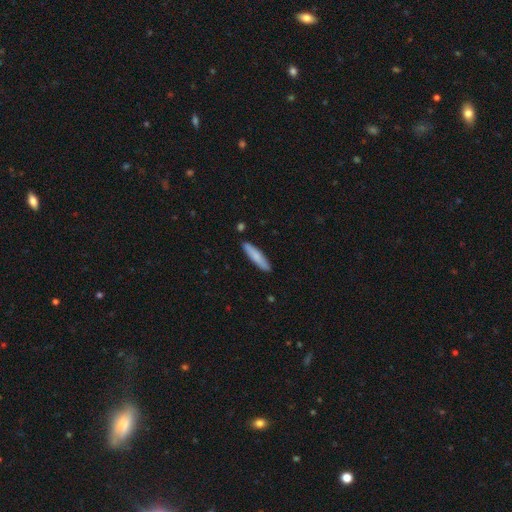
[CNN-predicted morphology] Q: Smooth or featured?
A: smooth (79%); runner-up: featured or disk (16%)
Q: How rounded?
A: cigar-shaped (86%); runner-up: in between (13%)
Q: Merging?
A: none (88%); runner-up: minor disturbance (9%)